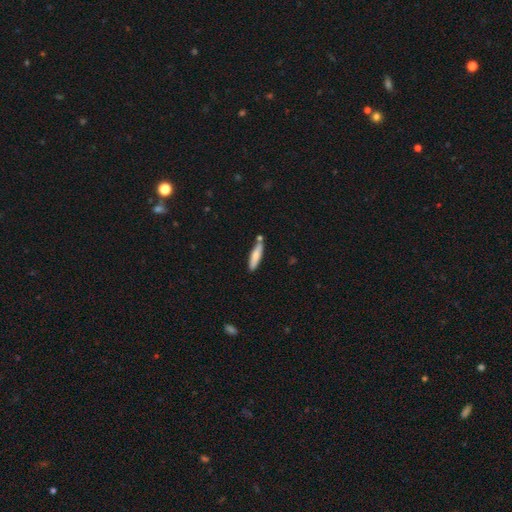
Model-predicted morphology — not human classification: Overall: smooth (74%). How rounded: cigar-shaped (79%). Merging: none (74%).